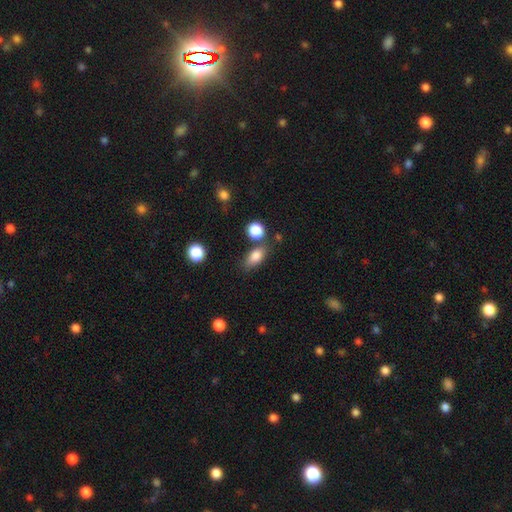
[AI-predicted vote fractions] The model was most divided on "merging": none: 66%, minor disturbance: 16%, merger: 13%, major disturbance: 5%. More confident: smooth or featured — smooth (82%); how rounded — in between (81%).